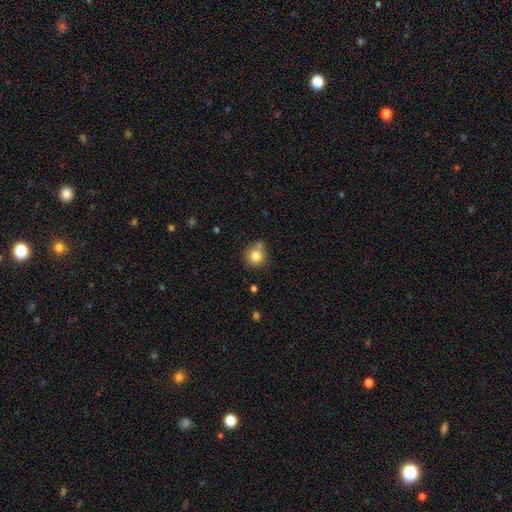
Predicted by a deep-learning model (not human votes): smooth-or-featured: smooth: 81% | star or artifact: 10% | featured or disk: 8%
  how-rounded: round: 90% | in between: 9% | cigar-shaped: 1%
  merging: none: 65% | merger: 16% | minor disturbance: 15% | major disturbance: 4%